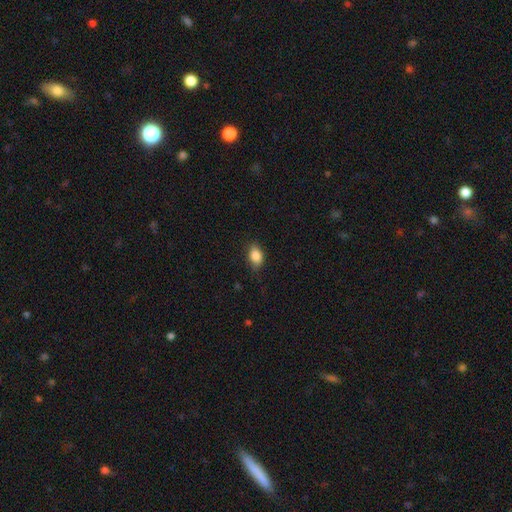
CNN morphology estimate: Smooth or featured: smooth — 87% (star or artifact — 8%)
How rounded: in between — 84% (round — 14%)
Merging: none — 81% (minor disturbance — 15%)